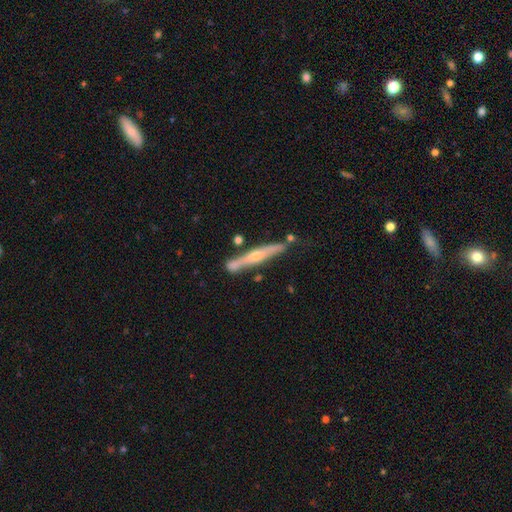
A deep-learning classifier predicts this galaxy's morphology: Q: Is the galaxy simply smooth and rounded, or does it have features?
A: featured or disk — 65%.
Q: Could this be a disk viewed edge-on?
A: yes — 93%.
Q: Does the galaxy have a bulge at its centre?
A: rounded — 81%.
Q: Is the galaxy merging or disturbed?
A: none — 71%.